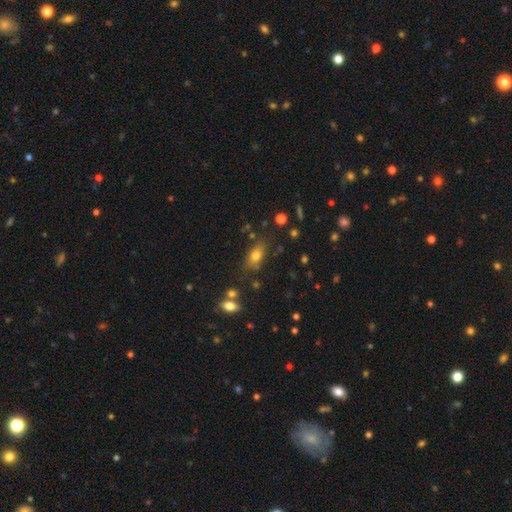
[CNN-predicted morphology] Smooth or featured? smooth (76%)
How rounded? in between (82%)
Merging? none (74%)